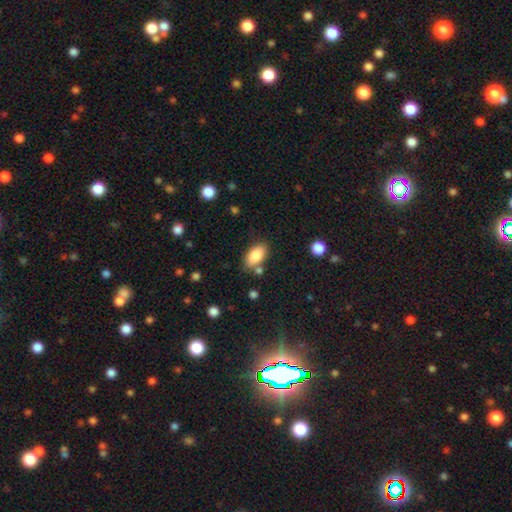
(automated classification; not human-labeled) smooth-or-featured: smooth: 85% | featured or disk: 8% | star or artifact: 7%
  how-rounded: in between: 92% | cigar-shaped: 4% | round: 4%
  merging: none: 75% | minor disturbance: 13% | merger: 8% | major disturbance: 3%